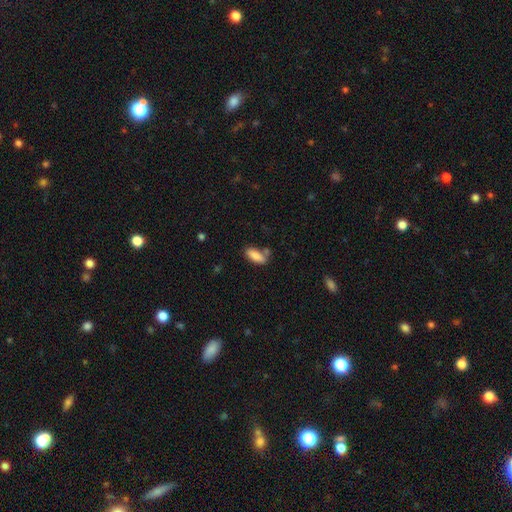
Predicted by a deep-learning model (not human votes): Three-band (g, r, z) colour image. It shows a smooth galaxy with no disk features (85%) that is in between round and cigar-shaped (73%). Merging: none (65%).